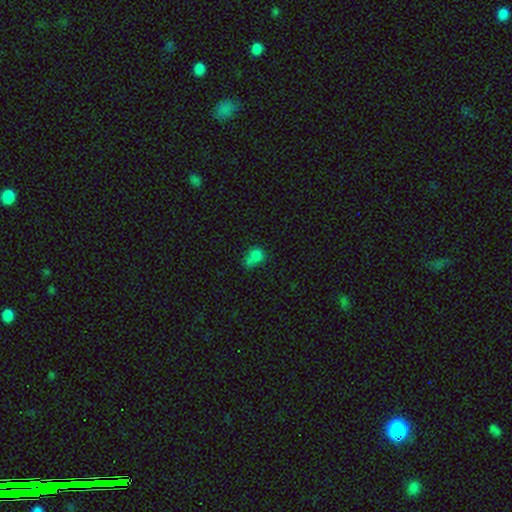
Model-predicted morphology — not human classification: A smooth galaxy with no disk features (76%) that is in between round and cigar-shaped (52%).

Vote fractions:
- Smooth or featured? smooth: 76% / star or artifact: 14% / featured or disk: 11%
- How rounded? in between: 52% / round: 47% / cigar-shaped: 2%
- Merging? none: 33% / merger: 30% / minor disturbance: 24% / major disturbance: 14%